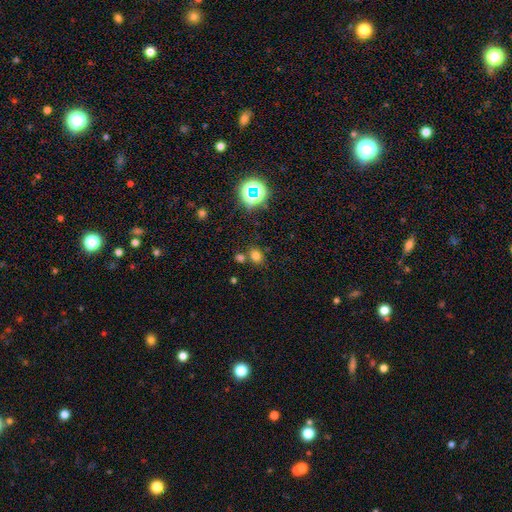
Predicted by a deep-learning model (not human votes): Overall: smooth (68%). How rounded: round (64%; in between 35%). Merging: none (69%).